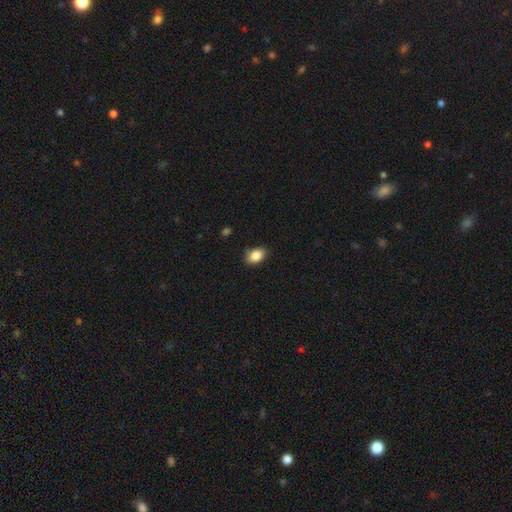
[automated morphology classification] Q: Smooth or featured?
A: smooth (85%); runner-up: star or artifact (8%)
Q: How rounded?
A: in between (85%); runner-up: round (14%)
Q: Merging?
A: none (82%); runner-up: minor disturbance (14%)